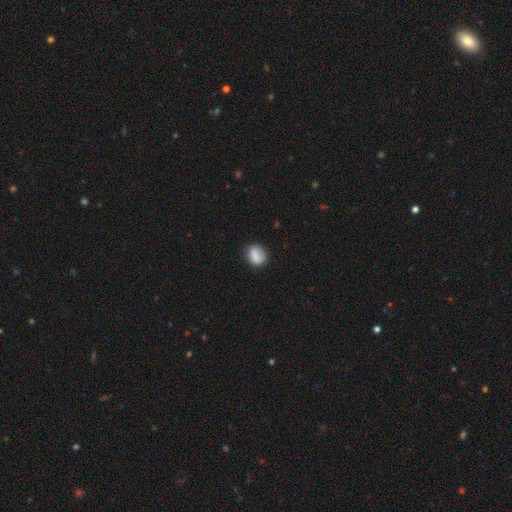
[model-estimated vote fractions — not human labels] A smooth galaxy with no disk features (83%) that is round (61%).

Vote fractions:
- Smooth or featured? smooth: 83% / featured or disk: 9% / star or artifact: 8%
- How rounded? round: 61% / in between: 37% / cigar-shaped: 1%
- Merging? none: 77% / minor disturbance: 16% / major disturbance: 4% / merger: 2%